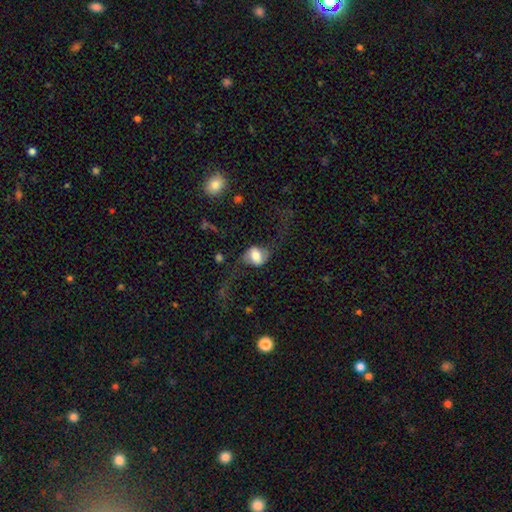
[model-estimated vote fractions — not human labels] Morphology: type=featured or disk (53%); edge-on=no (91%); merging=none (56%).